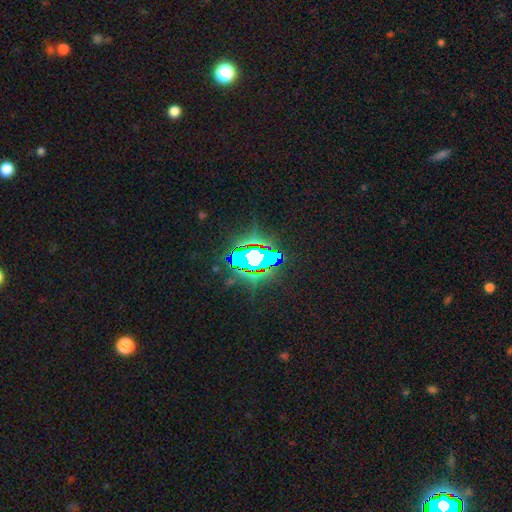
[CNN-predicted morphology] type=star or artifact (72%).